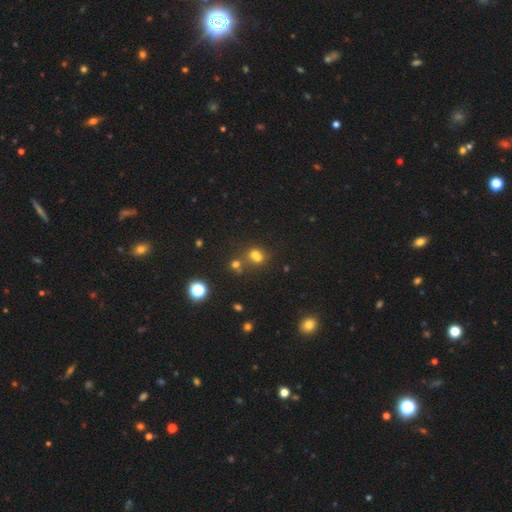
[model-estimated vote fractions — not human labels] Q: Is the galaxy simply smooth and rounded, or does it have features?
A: smooth — 65%.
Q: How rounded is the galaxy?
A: round — 50%.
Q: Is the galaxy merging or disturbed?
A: none — 42%.